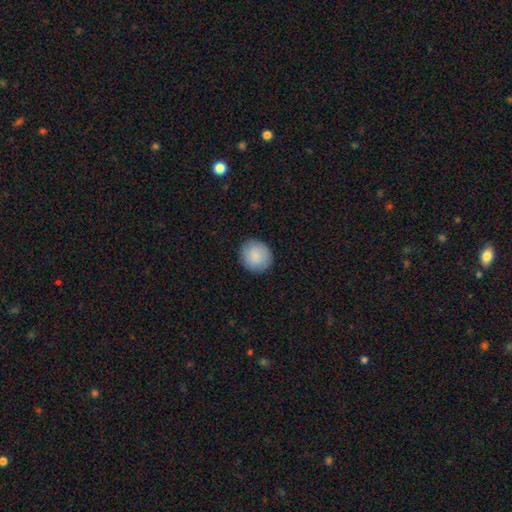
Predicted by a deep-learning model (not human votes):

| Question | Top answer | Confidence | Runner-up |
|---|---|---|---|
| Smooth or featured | smooth | 87% | featured or disk (7%) |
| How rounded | round | 88% | in between (11%) |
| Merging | none | 89% | minor disturbance (8%) |